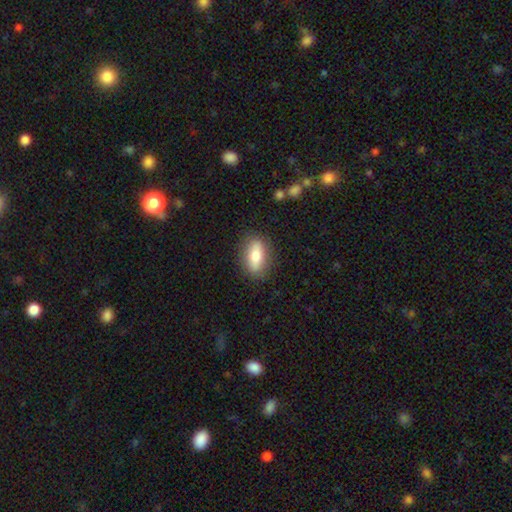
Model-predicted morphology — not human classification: This is likely a smooth galaxy (73%). How rounded: likely in between (79%). Merging: clearly none (84%).